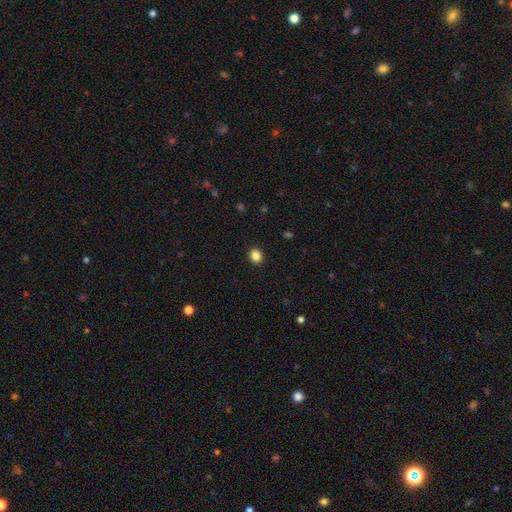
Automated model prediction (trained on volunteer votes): A smooth galaxy with no disk features (86%) that is round (78%).

Vote fractions:
- Smooth or featured? smooth: 86% / star or artifact: 11% / featured or disk: 4%
- How rounded? round: 78% / in between: 21% / cigar-shaped: 1%
- Merging? none: 92% / minor disturbance: 5% / major disturbance: 2% / merger: 1%